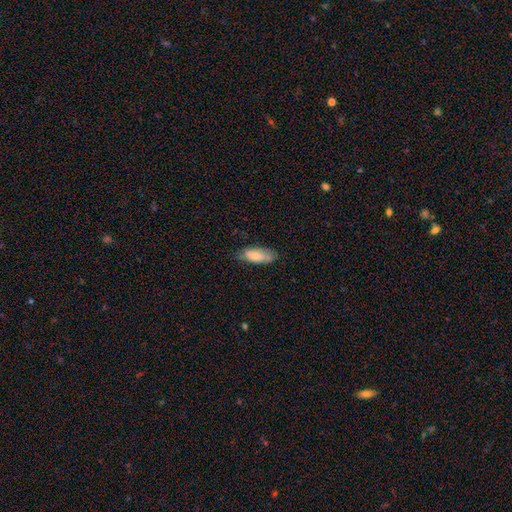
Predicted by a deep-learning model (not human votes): Smooth or featured? Predicted: smooth (p=0.77). How rounded? Predicted: in between (p=0.74). Merging? Predicted: none (p=0.67).